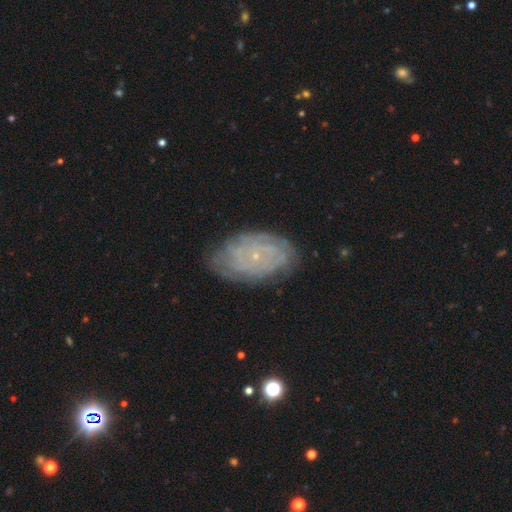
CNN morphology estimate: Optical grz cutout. It shows a featured or disk galaxy (73%) with no bar (81%), tight (78%) spiral arms (87%) and a small central bulge (87%). Merging: none (77%).